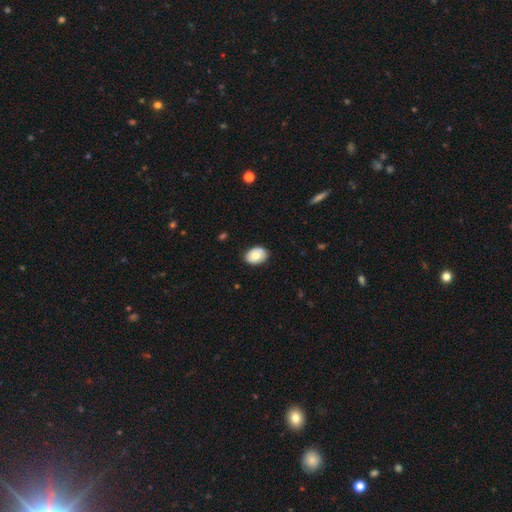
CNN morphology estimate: This appears to be a smooth galaxy with no disk features (70%) that is in between round and cigar-shaped (76%). Merging: none (83%).